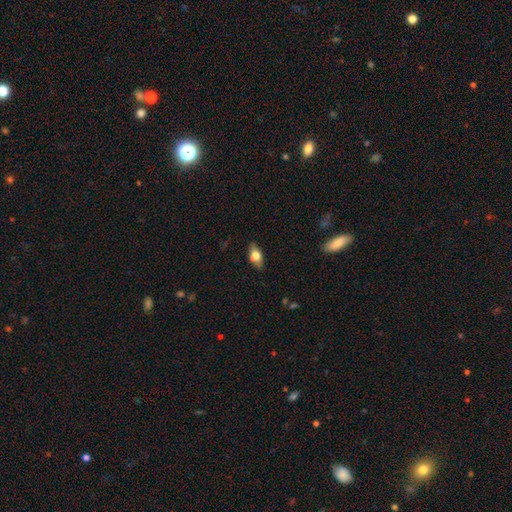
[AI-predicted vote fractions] smooth_or_featured: smooth (p=0.61) [alt: featured or disk p=0.31]
how_rounded: in between (p=0.81) [alt: cigar-shaped p=0.12]
merging: none (p=0.81) [alt: minor disturbance p=0.15]